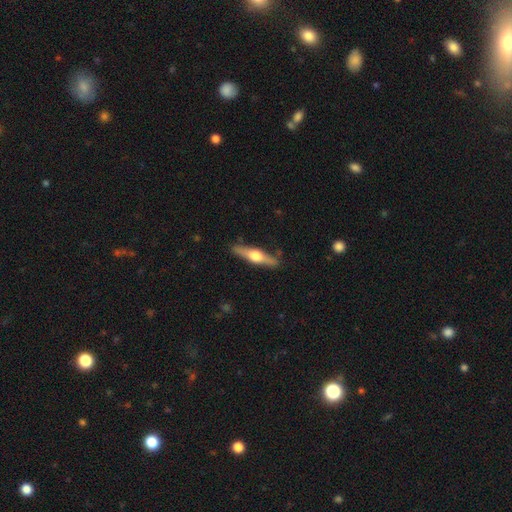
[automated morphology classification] Smooth or featured: featured or disk — 64% (smooth — 31%)
Edge-on disk: yes — 96% (no — 4%)
Edge-on bulge: rounded — 95% (boxy — 4%)
Merging: none — 87% (minor disturbance — 9%)